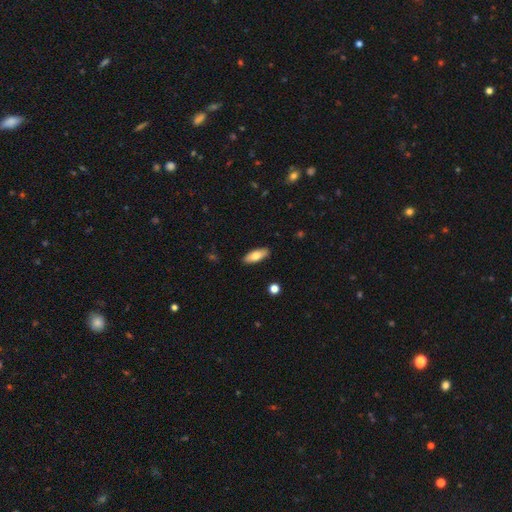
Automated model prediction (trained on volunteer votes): Q: Smooth or featured?
A: smooth (76%); runner-up: featured or disk (18%)
Q: How rounded?
A: in between (76%); runner-up: cigar-shaped (22%)
Q: Merging?
A: none (90%); runner-up: minor disturbance (8%)